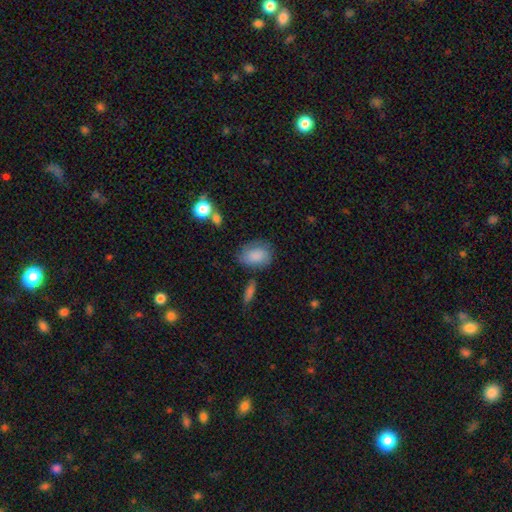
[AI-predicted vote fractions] This appears to be a smooth galaxy with no disk features (82%) that is in between round and cigar-shaped (77%). Merging: none (65%).